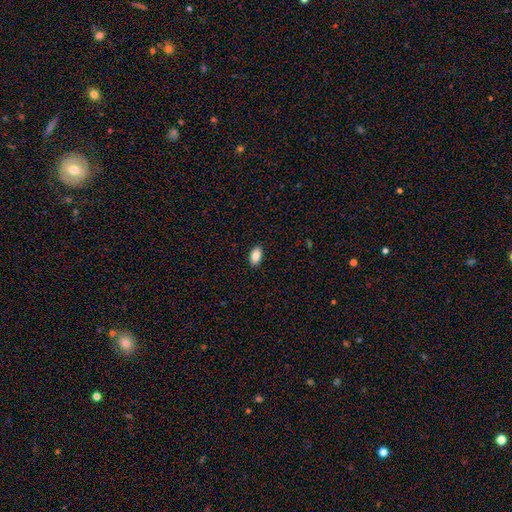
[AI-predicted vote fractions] The model was most divided on "smooth or featured": smooth: 89%, star or artifact: 7%, featured or disk: 4%. More confident: how rounded — in between (93%); merging — none (90%).